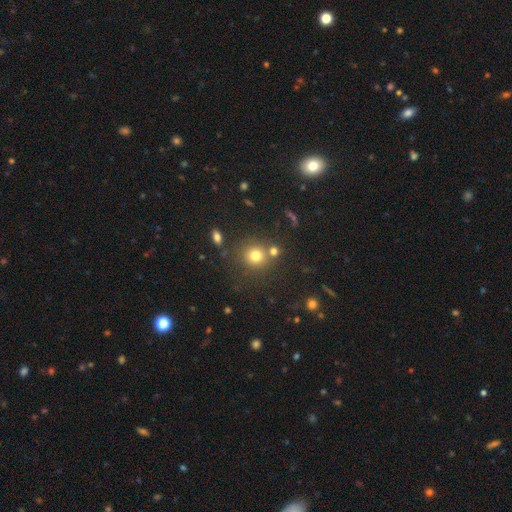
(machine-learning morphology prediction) Smooth or featured? smooth (76%)
How rounded? round (88%)
Merging? none (72%)